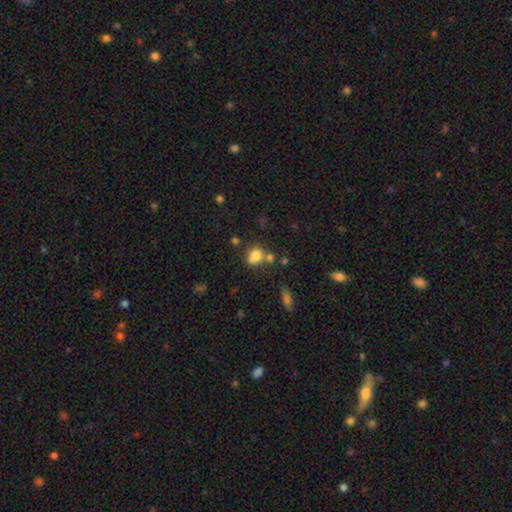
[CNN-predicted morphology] This appears to be a smooth galaxy with no disk features (78%) that is round (65%). Merging: none (45%).